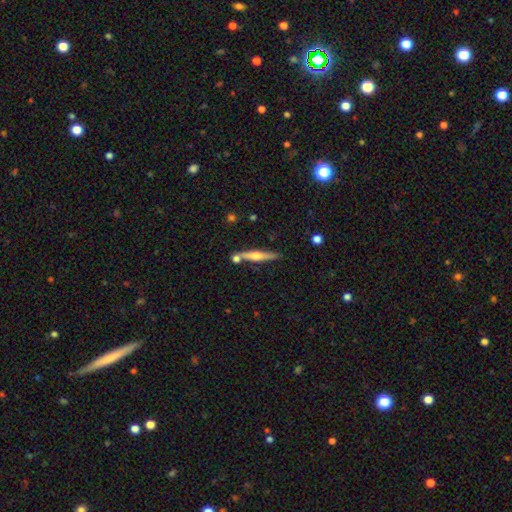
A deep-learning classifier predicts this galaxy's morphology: A featured or disk galaxy (64%) viewed edge-on (97%) with a rounded central bulge (91%).

Vote fractions:
- Smooth or featured? featured or disk: 64% / smooth: 30% / star or artifact: 6%
- Edge-on disk? yes: 97% / no: 3%
- Edge-on bulge? rounded: 91% / none: 5% / boxy: 4%
- Merging? none: 75% / merger: 12% / minor disturbance: 10% / major disturbance: 2%